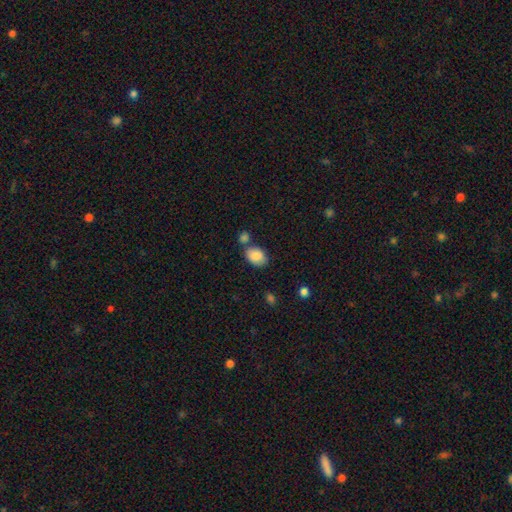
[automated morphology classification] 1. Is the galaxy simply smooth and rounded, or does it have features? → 86% smooth, 7% star or artifact, 7% featured or disk.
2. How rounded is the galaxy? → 83% in between, 16% round, 1% cigar-shaped.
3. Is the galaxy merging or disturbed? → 58% none, 21% merger, 16% minor disturbance, 5% major disturbance.